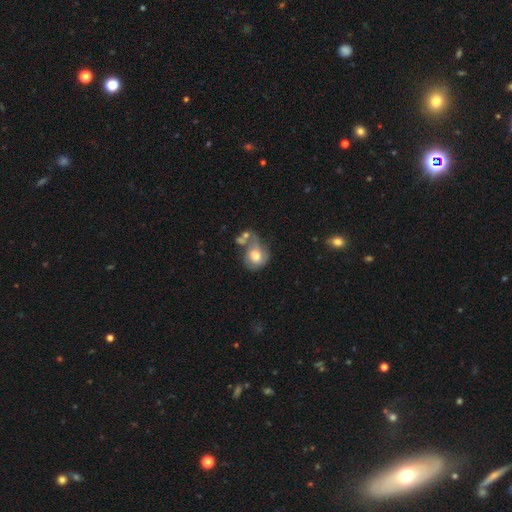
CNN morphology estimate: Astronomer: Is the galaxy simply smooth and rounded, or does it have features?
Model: smooth — 64%.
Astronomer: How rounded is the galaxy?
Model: round — 63%.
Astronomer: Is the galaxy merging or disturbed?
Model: merger — 37% (runner-up: none, 25%).